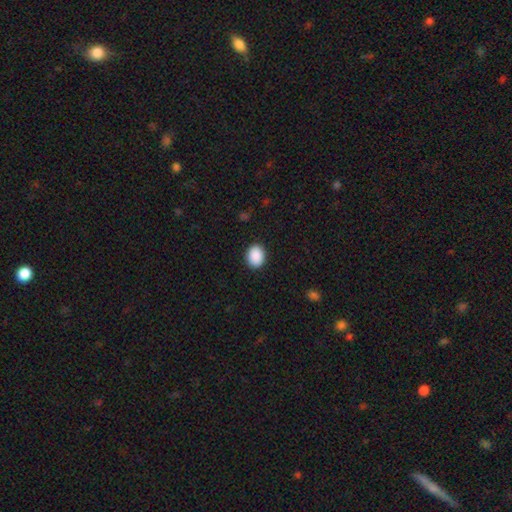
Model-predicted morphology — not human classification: smooth-or-featured: smooth: 91% | star or artifact: 7% | featured or disk: 2%
  how-rounded: in between: 53% | round: 46% | cigar-shaped: 1%
  merging: none: 91% | minor disturbance: 6% | major disturbance: 2% | merger: 1%